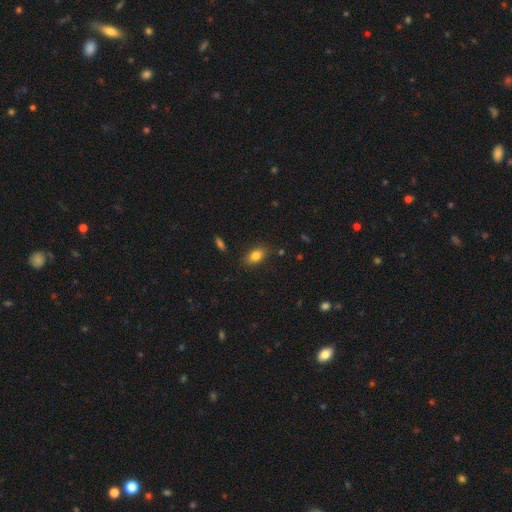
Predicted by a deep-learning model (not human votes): Smooth or featured: smooth — 82% (featured or disk — 9%)
How rounded: in between — 85% (round — 11%)
Merging: none — 83% (minor disturbance — 12%)